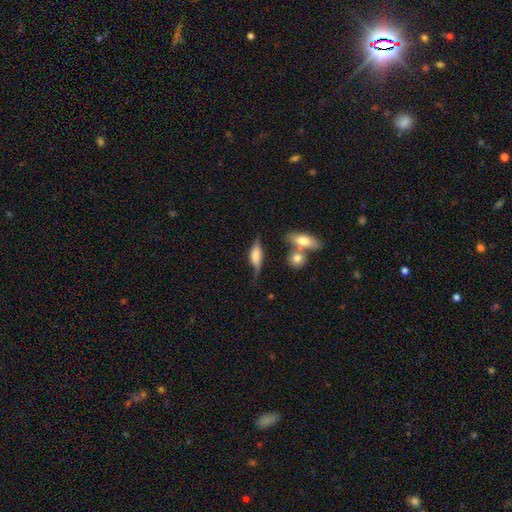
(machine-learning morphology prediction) smooth_or_featured: smooth (p=0.46) [tied with: featured or disk p=0.46]
merging: none (p=0.51) [alt: minor disturbance p=0.29]